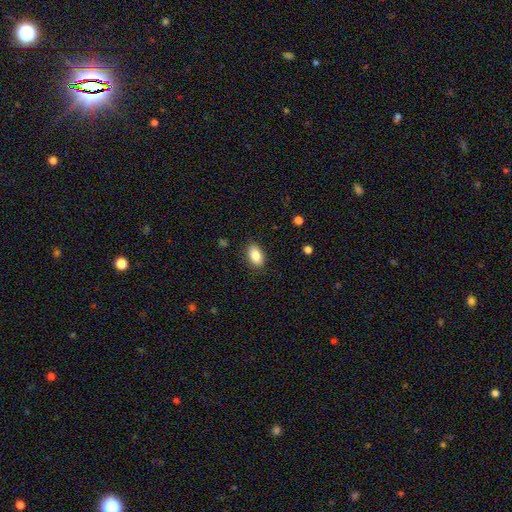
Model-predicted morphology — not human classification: Overall: smooth (85%). How rounded: in between (91%). Merging: none (87%).